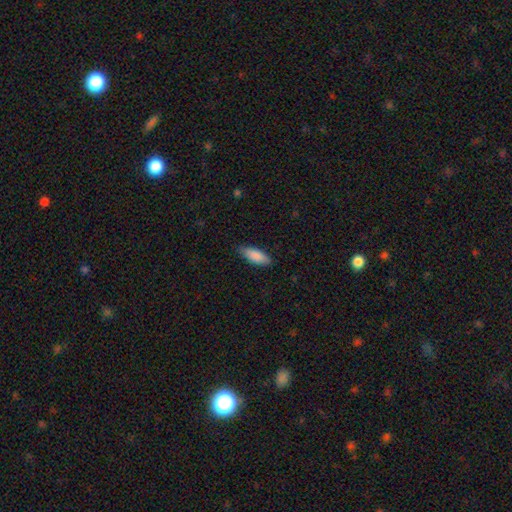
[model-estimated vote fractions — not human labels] A smooth galaxy with no disk features (88%) that is in between round and cigar-shaped (70%).

Vote fractions:
- Smooth or featured? smooth: 88% / featured or disk: 7% / star or artifact: 6%
- How rounded? in between: 70% / cigar-shaped: 29% / round: 2%
- Merging? none: 84% / minor disturbance: 13% / major disturbance: 2% / merger: 1%